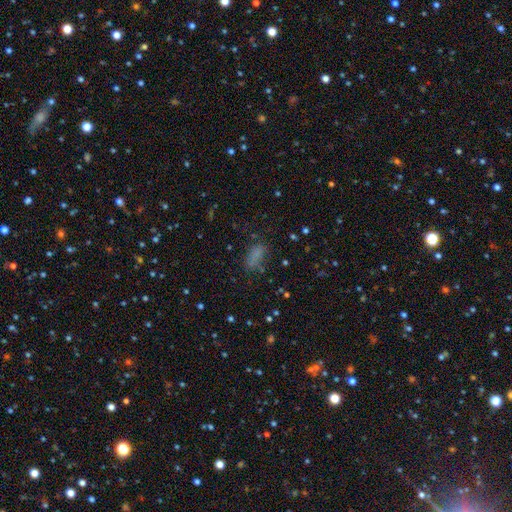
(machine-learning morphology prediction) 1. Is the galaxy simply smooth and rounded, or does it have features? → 73% smooth, 17% star or artifact, 9% featured or disk.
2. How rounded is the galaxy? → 83% in between, 12% cigar-shaped, 5% round.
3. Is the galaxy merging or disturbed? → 59% none, 22% minor disturbance, 15% major disturbance, 4% merger.